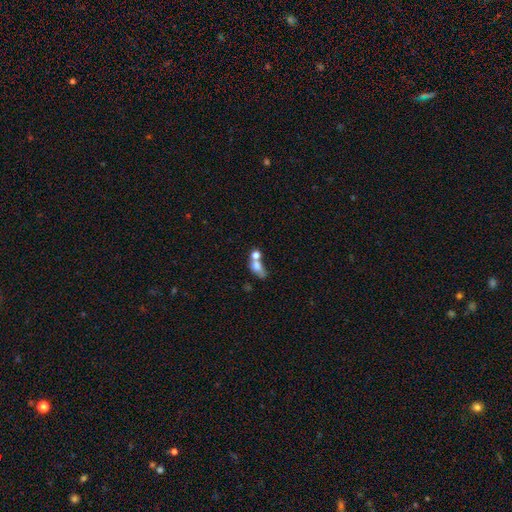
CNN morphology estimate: smooth 68%, featured or disk 20%, star or artifact 11%. Down the decision tree: how rounded — in between (53%); merging — merger (62%).